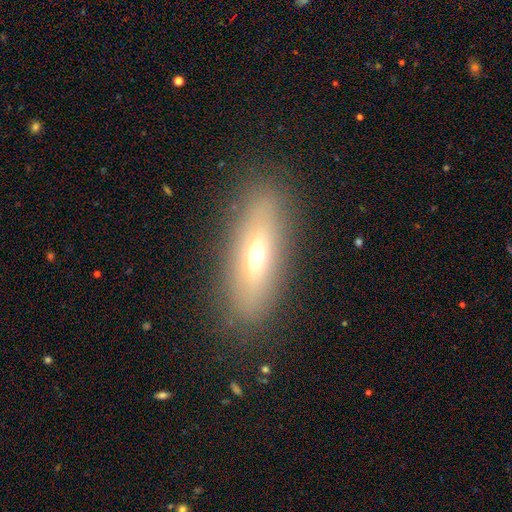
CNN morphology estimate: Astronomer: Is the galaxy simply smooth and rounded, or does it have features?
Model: smooth — 54% (runner-up: featured or disk, 35%).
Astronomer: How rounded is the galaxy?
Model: in between — 53% (runner-up: cigar-shaped, 42%).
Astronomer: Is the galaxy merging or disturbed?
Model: none — 85%.